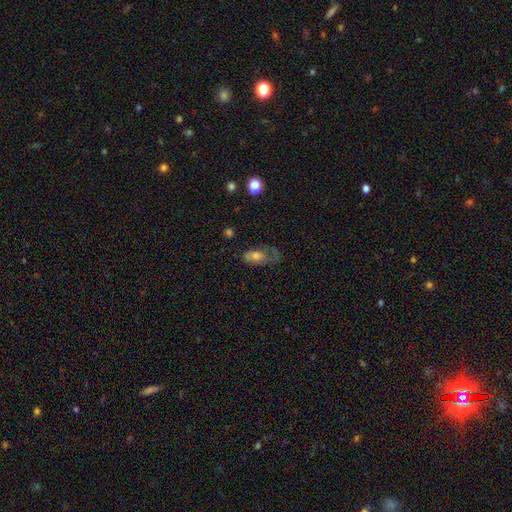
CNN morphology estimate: Q: Smooth or featured?
A: smooth (45%); runner-up: featured or disk (43%)
Q: Merging?
A: none (43%); runner-up: major disturbance (30%)